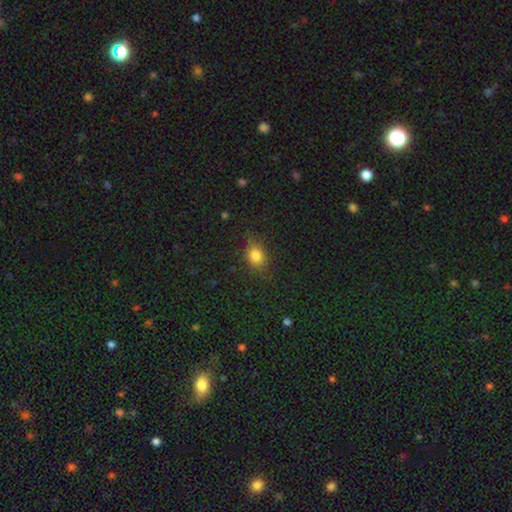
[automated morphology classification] This appears to be a smooth galaxy with no disk features (81%) that is in between round and cigar-shaped (53%). Merging: none (79%).